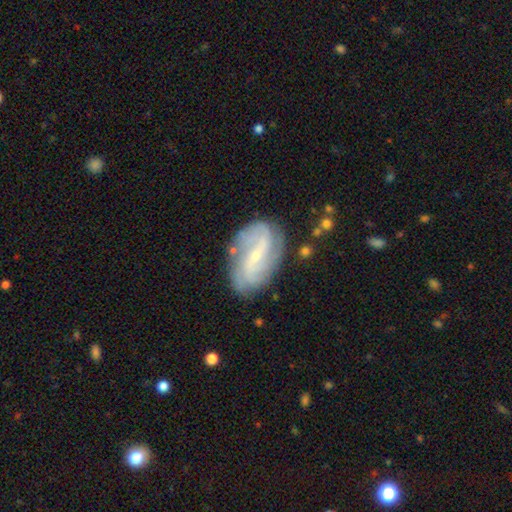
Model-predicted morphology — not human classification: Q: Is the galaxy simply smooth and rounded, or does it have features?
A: featured or disk — 83%.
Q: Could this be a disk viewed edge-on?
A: no — 96%.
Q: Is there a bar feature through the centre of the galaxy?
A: weak — 45%.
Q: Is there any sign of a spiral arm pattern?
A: yes — 93%.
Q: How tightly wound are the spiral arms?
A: medium — 40%.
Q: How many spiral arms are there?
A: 2 — 43%.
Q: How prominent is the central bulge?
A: small — 78%.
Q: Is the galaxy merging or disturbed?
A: none — 73%.